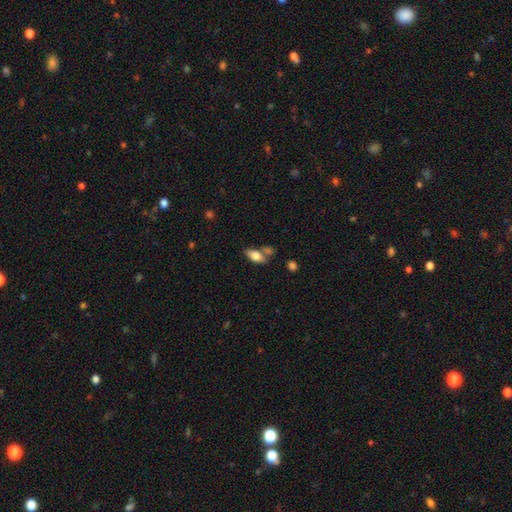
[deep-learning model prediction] The model was most divided on "merging": none: 53%, merger: 25%, minor disturbance: 16%, major disturbance: 6%. More confident: how rounded — in between (86%); smooth or featured — smooth (74%).